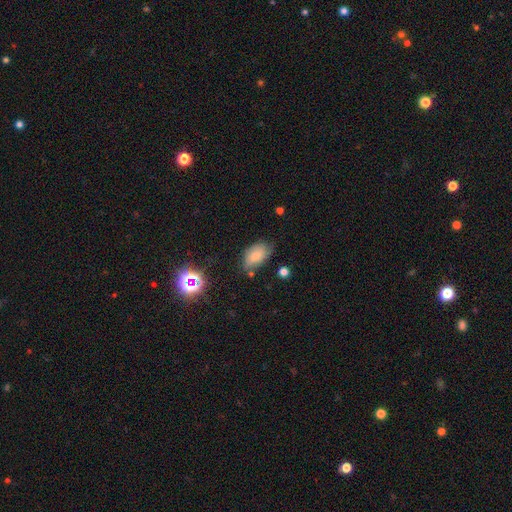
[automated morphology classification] type=smooth (74%); roundness=in between (91%); merging=none (63%).